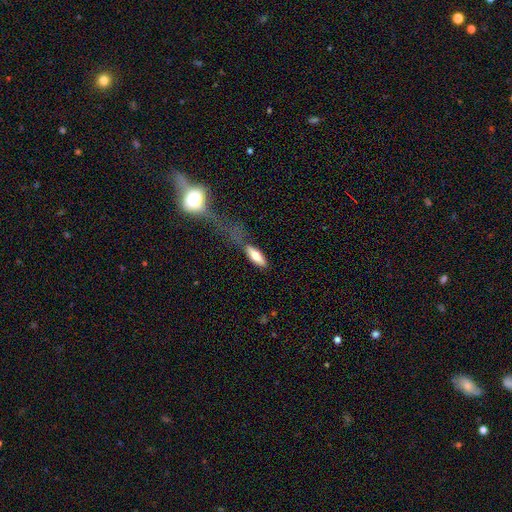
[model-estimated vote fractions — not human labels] Smooth or featured? Predicted: smooth (p=0.72). How rounded? Predicted: in between (p=0.62). Merging? Predicted: none (p=0.64).